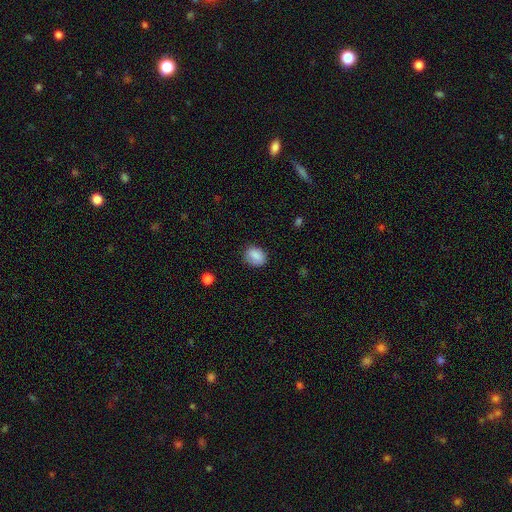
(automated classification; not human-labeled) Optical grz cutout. It shows a smooth galaxy with no disk features (87%) that is in between round and cigar-shaped (55%). Merging: none (80%).